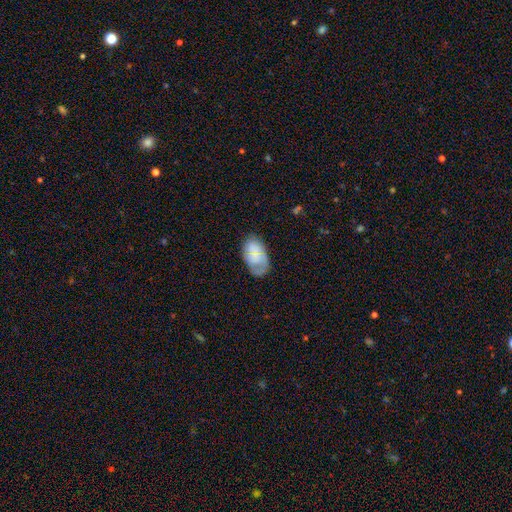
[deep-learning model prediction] smooth 66%, featured or disk 25%, star or artifact 9%. Down the decision tree: how rounded — in between (92%); merging — none (57%).